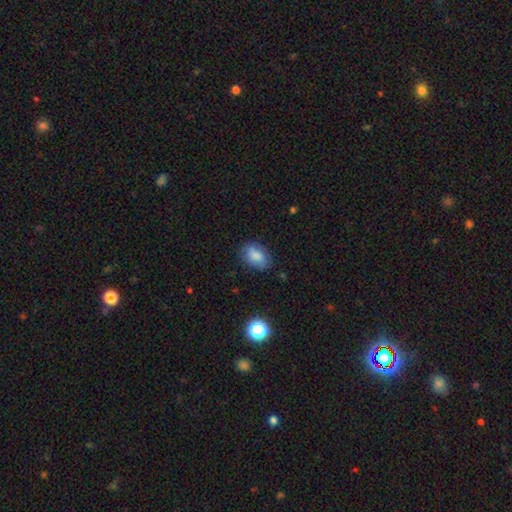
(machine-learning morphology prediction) A smooth galaxy with no disk features (82%) that is in between round and cigar-shaped (86%). Merging: none (78%).